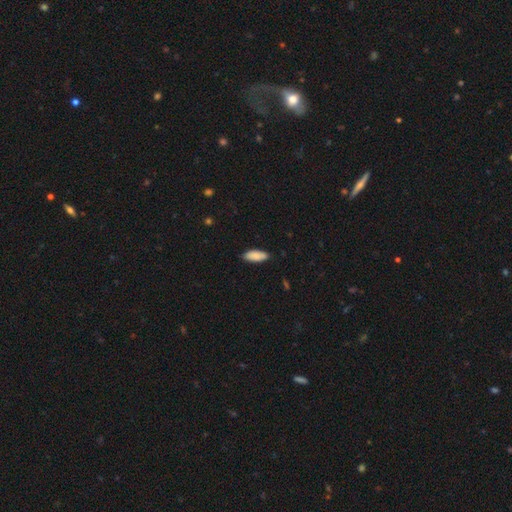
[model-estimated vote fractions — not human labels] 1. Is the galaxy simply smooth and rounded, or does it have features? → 88% smooth, 6% featured or disk, 6% star or artifact.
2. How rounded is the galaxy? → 76% in between, 23% cigar-shaped, 2% round.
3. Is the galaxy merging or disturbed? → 86% none, 11% minor disturbance, 2% major disturbance, 1% merger.